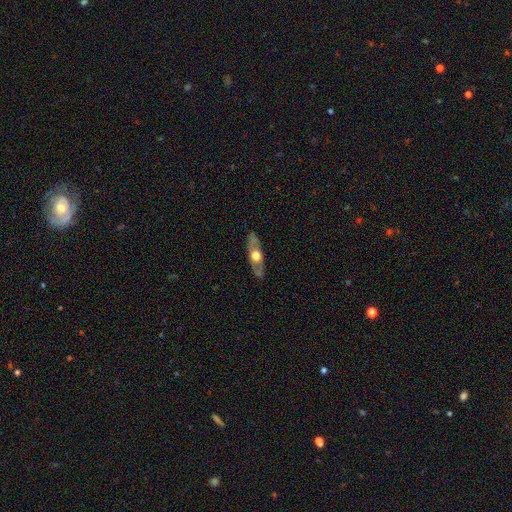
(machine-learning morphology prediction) smooth_or_featured: featured or disk (p=0.57) [alt: smooth p=0.37]
disk_edge_on: yes (p=0.58) [alt: no p=0.42]
merging: none (p=0.83) [alt: minor disturbance p=0.13]